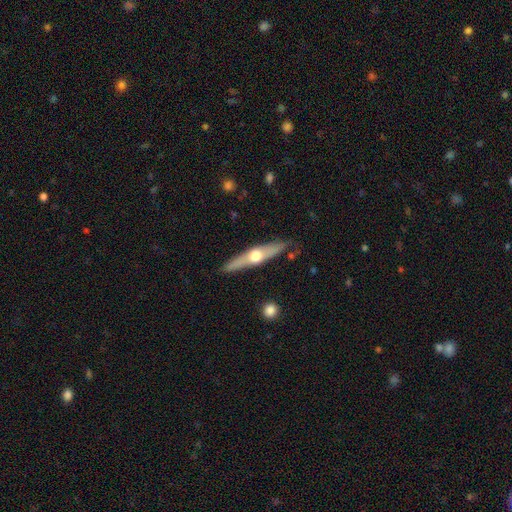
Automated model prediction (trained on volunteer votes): Q: Smooth or featured?
A: featured or disk (64%); runner-up: smooth (32%)
Q: Edge-on disk?
A: yes (94%); runner-up: no (6%)
Q: Edge-on bulge?
A: rounded (94%); runner-up: none (3%)
Q: Merging?
A: none (85%); runner-up: minor disturbance (11%)